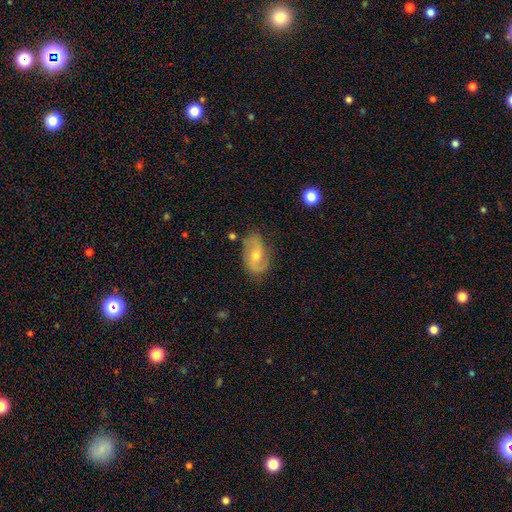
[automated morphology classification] A featured or disk galaxy (71%) with no bar (50%), 2 (87%) medium (42%) spiral arms (89%) and a moderate central bulge (58%).

Vote fractions:
- Smooth or featured? featured or disk: 71% / smooth: 21% / star or artifact: 8%
- Edge-on disk? no: 96% / yes: 4%
- Bar? no: 50% / weak: 38% / strong: 12%
- Spiral arms? yes: 89% / no: 11%
- Spiral winding? medium: 42% / loose: 37% / tight: 21%
- Spiral arm count? 2: 87% / can't tell: 7% / 1: 2% / 3: 1% / 4: 1% / more than 4: 1%
- Bulge size? moderate: 58% / small: 38% / large: 2% / none: 1% / dominant: 1%
- Merging? none: 77% / minor disturbance: 17% / major disturbance: 4% / merger: 2%